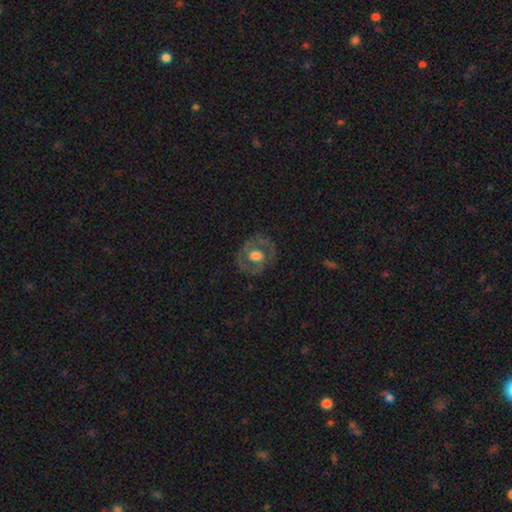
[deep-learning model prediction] Overall: featured or disk (60%; smooth 33%). Edge-on disk: no (96%). Bar: no (68%). Spiral arms: no (59%; yes 41%). Bulge size: moderate (45%; large 44%). Merging: none (74%).